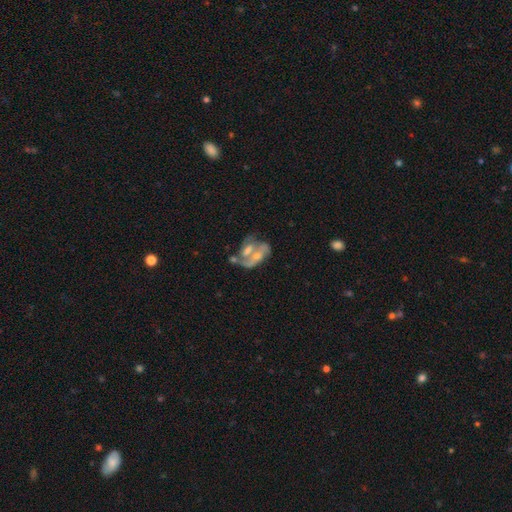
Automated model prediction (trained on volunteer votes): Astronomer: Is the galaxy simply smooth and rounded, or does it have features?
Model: featured or disk — 66%.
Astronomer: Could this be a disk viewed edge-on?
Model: no — 96%.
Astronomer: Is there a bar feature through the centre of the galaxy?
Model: no — 62%.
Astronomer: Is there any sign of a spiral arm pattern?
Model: yes — 55% (runner-up: no, 45%).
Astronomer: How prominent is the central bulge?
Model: moderate — 45% (runner-up: small, 27%).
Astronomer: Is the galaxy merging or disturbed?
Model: merger — 54%.